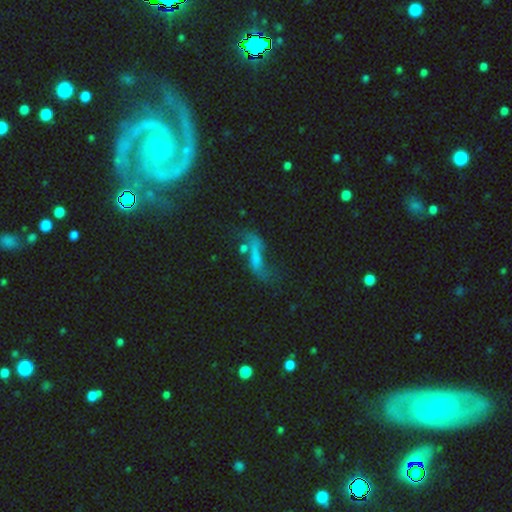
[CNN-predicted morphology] A featured or disk galaxy (51%). Merging: none (39%).